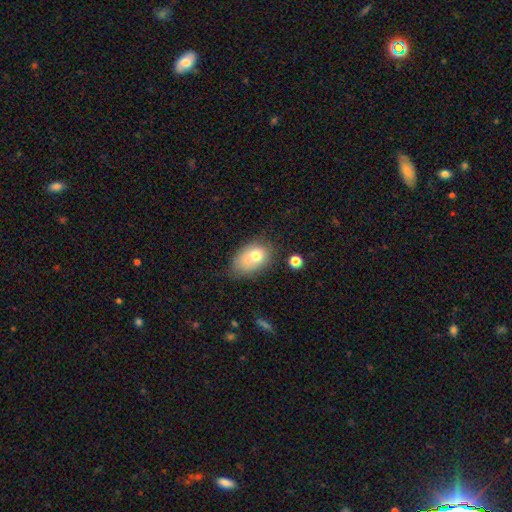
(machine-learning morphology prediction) This is likely a smooth galaxy (73%). How rounded: clearly in between (84%). Merging: possibly none (52%).